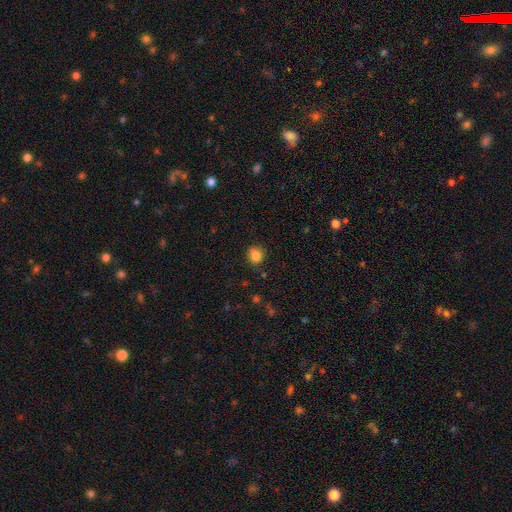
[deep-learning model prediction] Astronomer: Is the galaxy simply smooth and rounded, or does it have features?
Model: smooth — 83%.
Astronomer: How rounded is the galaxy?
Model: round — 82%.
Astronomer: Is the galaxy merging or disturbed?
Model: none — 83%.